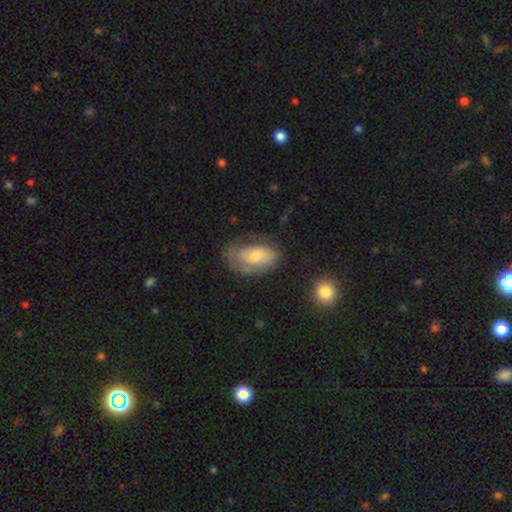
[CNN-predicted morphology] smooth_or_featured: smooth (p=0.55) [alt: featured or disk p=0.38]
how_rounded: in between (p=0.91) [alt: round p=0.06]
merging: none (p=0.53) [alt: minor disturbance p=0.28]